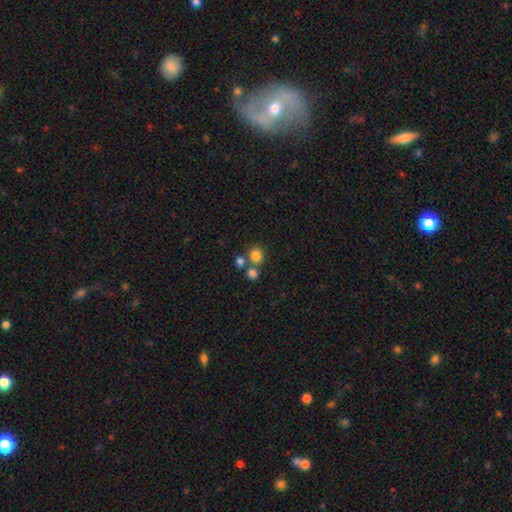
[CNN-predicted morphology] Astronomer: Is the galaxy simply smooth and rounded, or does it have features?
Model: smooth — 80%.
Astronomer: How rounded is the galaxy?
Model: round — 87%.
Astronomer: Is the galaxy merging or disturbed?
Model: none — 63%.